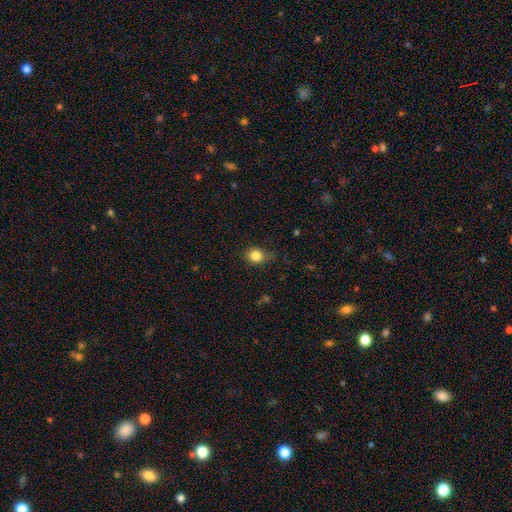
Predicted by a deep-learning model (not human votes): This is clearly a smooth galaxy (84%). How rounded: clearly round (80%). Merging: likely none (75%).